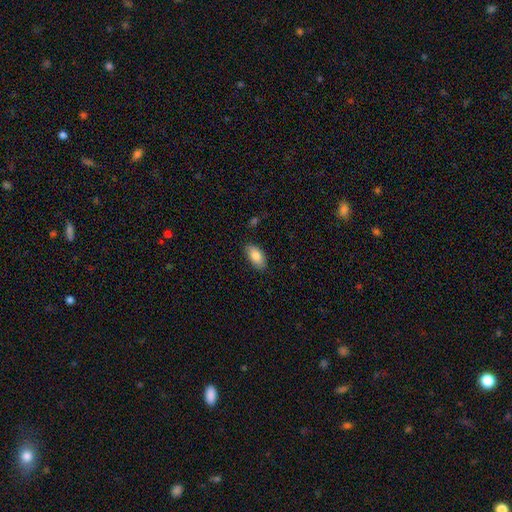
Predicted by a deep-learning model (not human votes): This is clearly a smooth galaxy (84%). How rounded: clearly in between (93%). Merging: clearly none (84%).